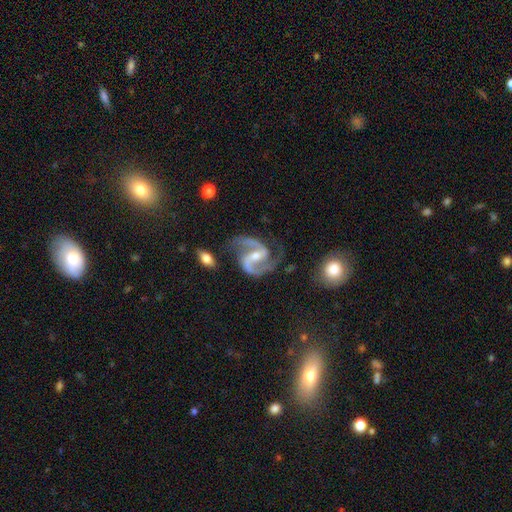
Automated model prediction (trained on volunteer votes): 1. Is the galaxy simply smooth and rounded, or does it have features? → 93% featured or disk, 4% star or artifact, 3% smooth.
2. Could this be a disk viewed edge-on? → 98% no, 2% yes.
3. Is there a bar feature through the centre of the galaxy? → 40% strong (tied), 40% weak (tied), 20% no.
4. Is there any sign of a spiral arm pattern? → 98% yes, 2% no.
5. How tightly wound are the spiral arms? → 62% medium, 24% loose, 13% tight.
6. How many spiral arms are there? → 93% 2, 2% 3, 1% can't tell, 1% 1, 1% 4, 1% more than 4.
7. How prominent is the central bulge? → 50% moderate, 46% small, 2% large, 2% none, 1% dominant.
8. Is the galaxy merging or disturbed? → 69% none, 18% minor disturbance, 9% major disturbance, 3% merger.